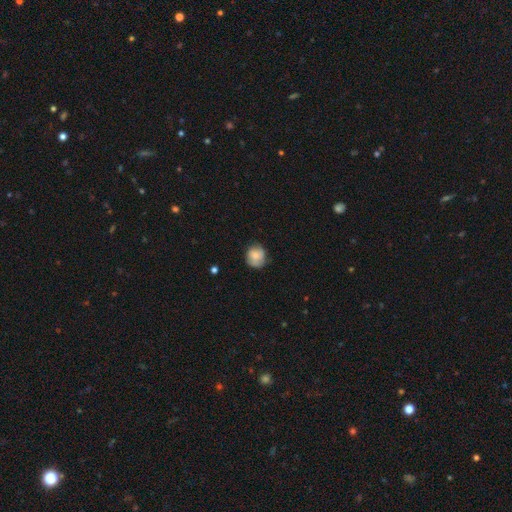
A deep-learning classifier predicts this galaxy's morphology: The model was most divided on "merging": none: 69%, minor disturbance: 24%, major disturbance: 5%, merger: 1%. More confident: how rounded — round (82%); smooth or featured — smooth (74%).